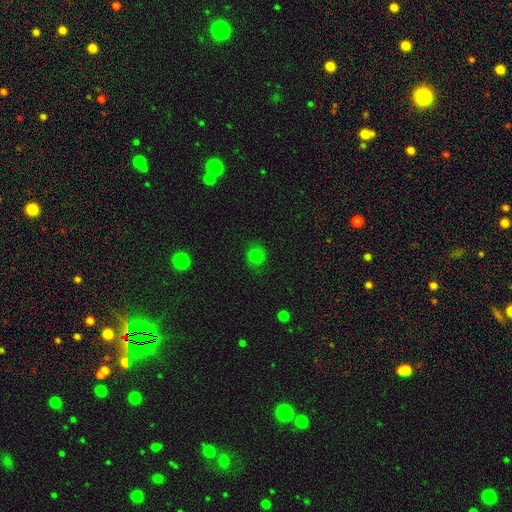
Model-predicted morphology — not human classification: Q: Smooth or featured?
A: smooth (78%); runner-up: star or artifact (16%)
Q: How rounded?
A: round (86%); runner-up: in between (13%)
Q: Merging?
A: none (85%); runner-up: minor disturbance (11%)